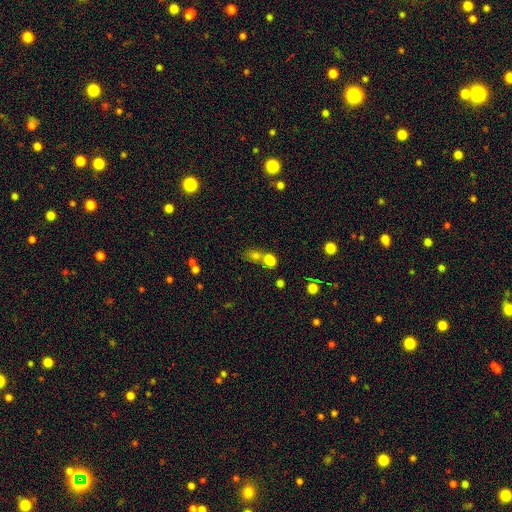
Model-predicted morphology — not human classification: smooth-or-featured: smooth: 74% | star or artifact: 16% | featured or disk: 10%
  how-rounded: in between: 63% | round: 35% | cigar-shaped: 3%
  merging: merger: 53% | none: 33% | minor disturbance: 8% | major disturbance: 5%